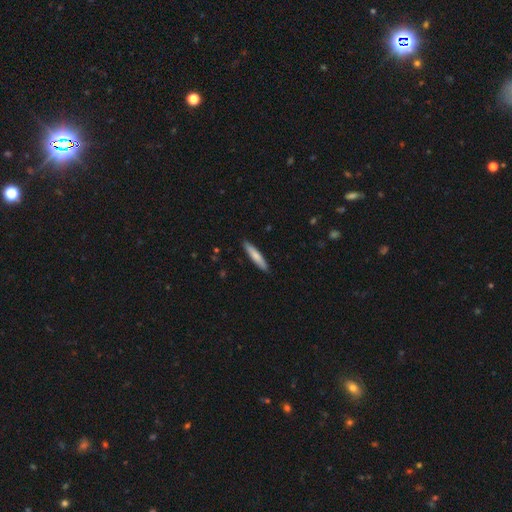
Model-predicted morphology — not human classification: Smooth or featured? Predicted: smooth (p=0.75). How rounded? Predicted: cigar-shaped (p=0.90). Merging? Predicted: none (p=0.91).